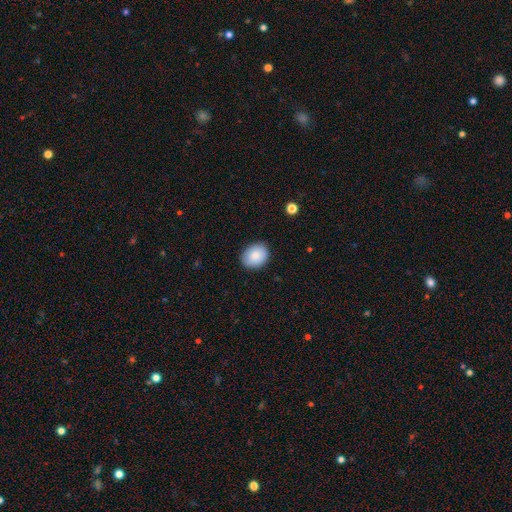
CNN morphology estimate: smooth 85%, featured or disk 8%, star or artifact 7%. Down the decision tree: how rounded — in between (55%); merging — none (87%).